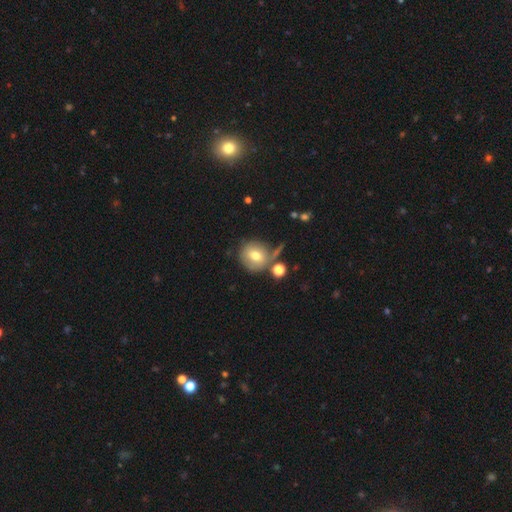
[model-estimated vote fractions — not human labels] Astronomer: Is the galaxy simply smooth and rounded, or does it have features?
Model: smooth — 68%.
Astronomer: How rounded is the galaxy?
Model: round — 87%.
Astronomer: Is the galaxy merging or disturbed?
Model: none — 62%.